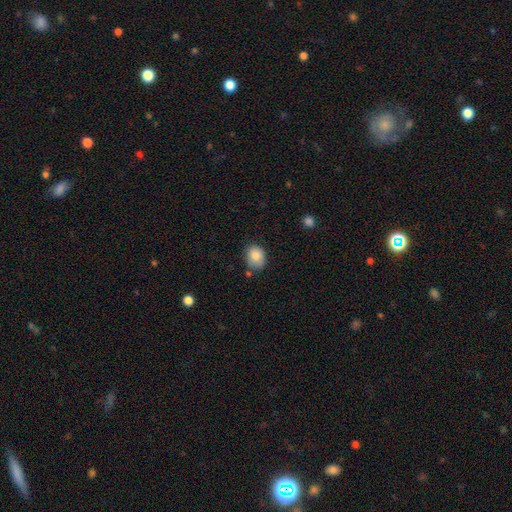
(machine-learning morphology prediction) This appears to be a smooth galaxy with no disk features (84%) that is round (54%). Merging: none (72%).